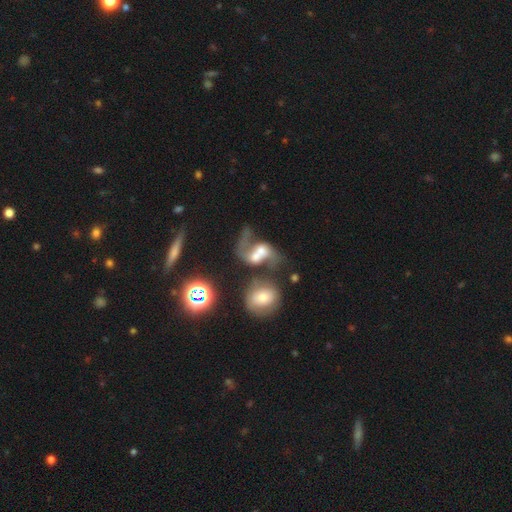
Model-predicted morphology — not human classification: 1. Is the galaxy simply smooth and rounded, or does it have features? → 61% featured or disk, 26% smooth, 13% star or artifact.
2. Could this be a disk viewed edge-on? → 97% no, 3% yes.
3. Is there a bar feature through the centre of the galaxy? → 57% no, 31% weak, 13% strong.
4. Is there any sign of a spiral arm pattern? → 74% yes, 26% no.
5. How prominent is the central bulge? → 45% moderate, 21% large, 21% small, 9% none, 5% dominant.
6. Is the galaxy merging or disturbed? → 64% merger, 15% major disturbance, 14% none, 7% minor disturbance.